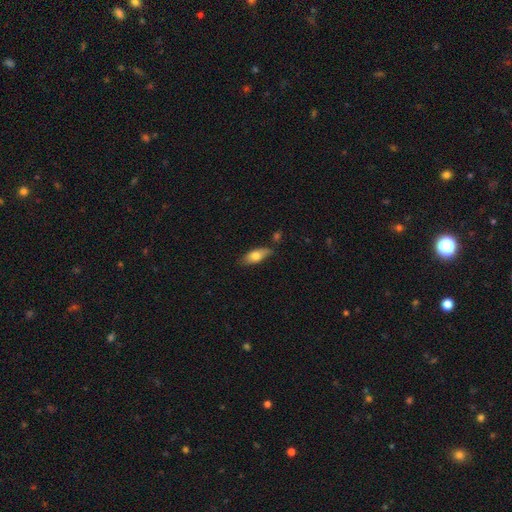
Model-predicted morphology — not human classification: smooth_or_featured: smooth (p=0.74) [alt: featured or disk p=0.20]
how_rounded: in between (p=0.79) [alt: cigar-shaped p=0.18]
merging: none (p=0.68) [alt: minor disturbance p=0.23]